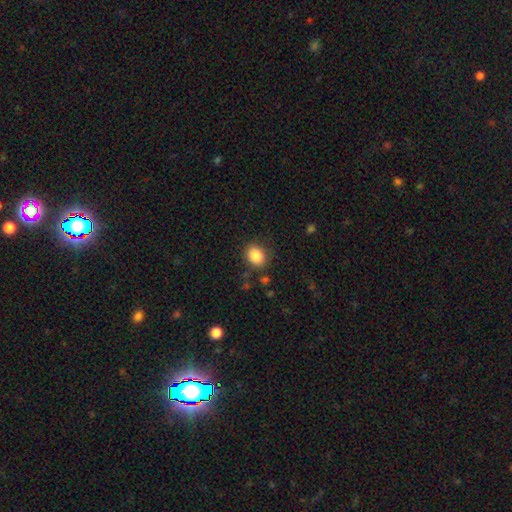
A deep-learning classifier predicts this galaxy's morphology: smooth-or-featured: smooth: 86% | star or artifact: 9% | featured or disk: 5%
  how-rounded: in between: 51% | round: 48% | cigar-shaped: 1%
  merging: none: 82% | minor disturbance: 12% | major disturbance: 4% | merger: 2%